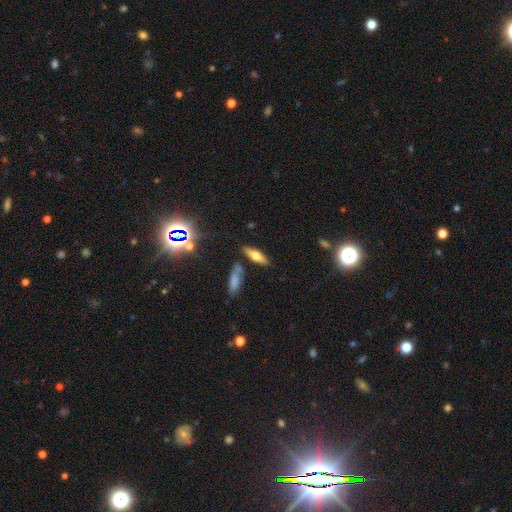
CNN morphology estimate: This appears to be a smooth galaxy with no disk features (56%) that is cigar-shaped (49%). Merging: none (76%).